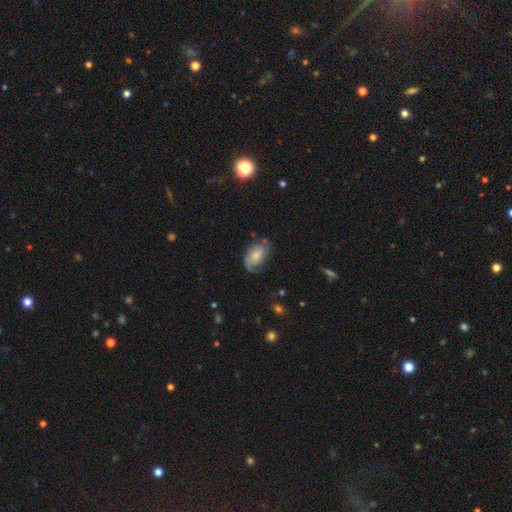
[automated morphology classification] Smooth or featured: featured or disk — 60% (smooth — 33%)
Edge-on disk: no — 96% (yes — 4%)
Bar: no — 66% (weak — 29%)
Spiral arms: yes — 88% (no — 12%)
Spiral winding: tight — 41% (medium — 38%)
Spiral arm count: 2 — 44% (1 — 31%)
Bulge size: moderate — 43% (small — 35%)
Merging: none — 60% (minor disturbance — 25%)